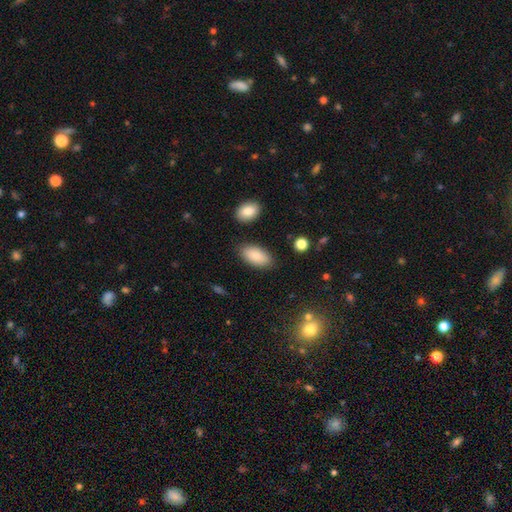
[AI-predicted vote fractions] Q: Smooth or featured?
A: smooth (87%); runner-up: star or artifact (7%)
Q: How rounded?
A: in between (93%); runner-up: cigar-shaped (4%)
Q: Merging?
A: none (83%); runner-up: minor disturbance (11%)